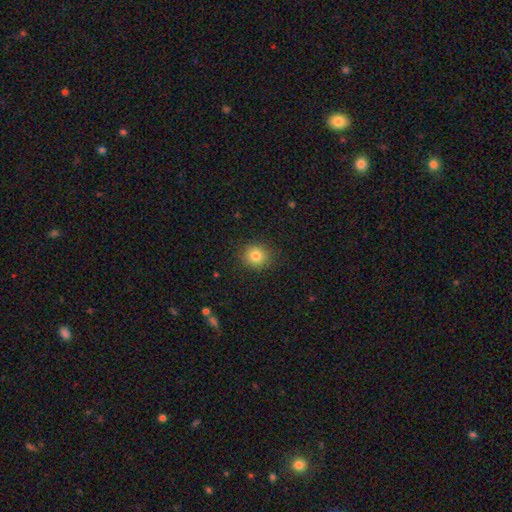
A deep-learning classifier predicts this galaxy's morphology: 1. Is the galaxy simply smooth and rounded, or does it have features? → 82% smooth, 12% star or artifact, 7% featured or disk.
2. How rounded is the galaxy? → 86% round, 13% in between, 1% cigar-shaped.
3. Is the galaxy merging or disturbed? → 89% none, 8% minor disturbance, 2% major disturbance, 1% merger.